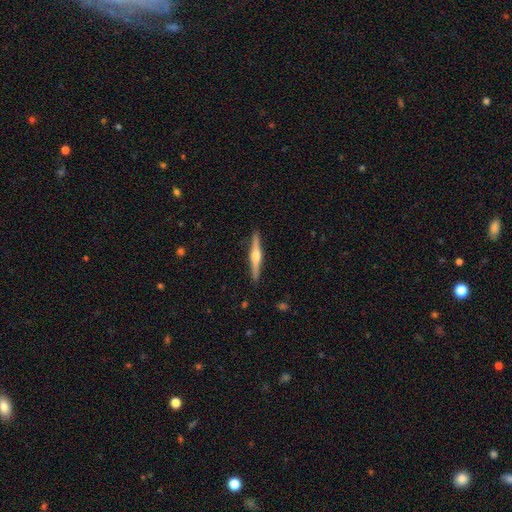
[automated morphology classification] This appears to be a featured or disk galaxy (72%) viewed edge-on (98%) with a rounded central bulge (94%). Merging: none (91%).